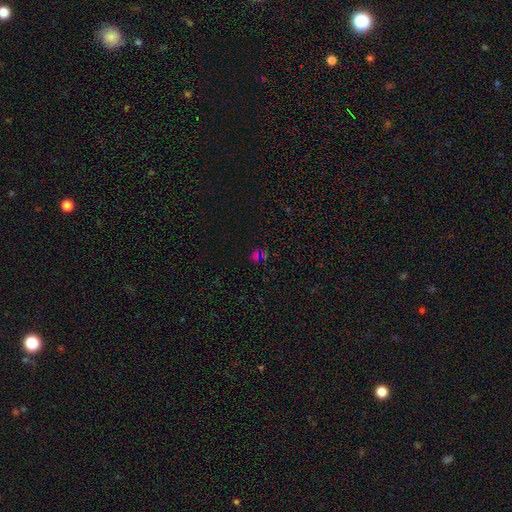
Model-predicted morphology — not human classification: Smooth or featured: star or artifact — 51% (smooth — 39%)